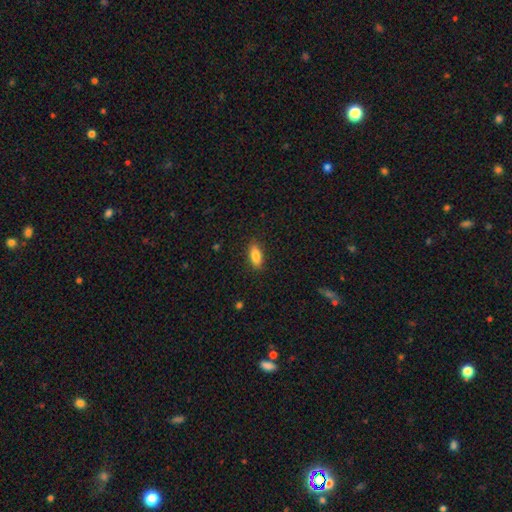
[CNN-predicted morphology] The model was most divided on "how rounded": in between: 77%, cigar-shaped: 20%, round: 3%. More confident: merging — none (87%); smooth or featured — smooth (84%).